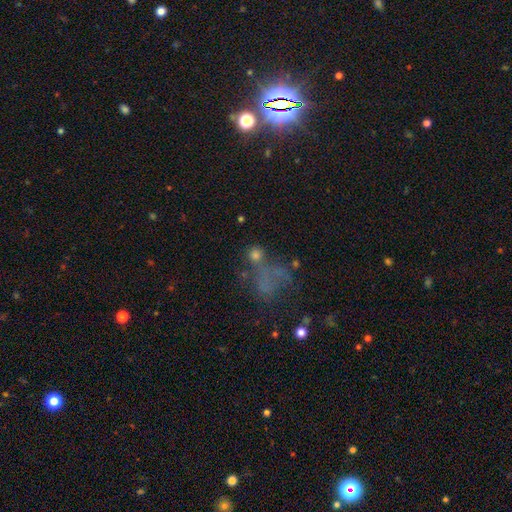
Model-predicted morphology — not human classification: A smooth galaxy with no disk features (52%) that is round (65%).

Vote fractions:
- Smooth or featured? smooth: 52% / star or artifact: 28% / featured or disk: 20%
- How rounded? round: 65% / in between: 33% / cigar-shaped: 2%
- Merging? none: 40% / major disturbance: 26% / merger: 20% / minor disturbance: 14%